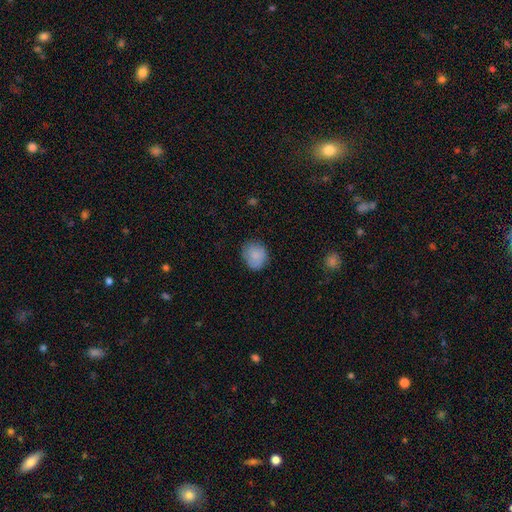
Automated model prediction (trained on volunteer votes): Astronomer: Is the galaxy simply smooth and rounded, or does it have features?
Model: smooth — 85%.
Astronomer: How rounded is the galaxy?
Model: round — 74%.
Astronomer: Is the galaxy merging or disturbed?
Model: none — 77%.